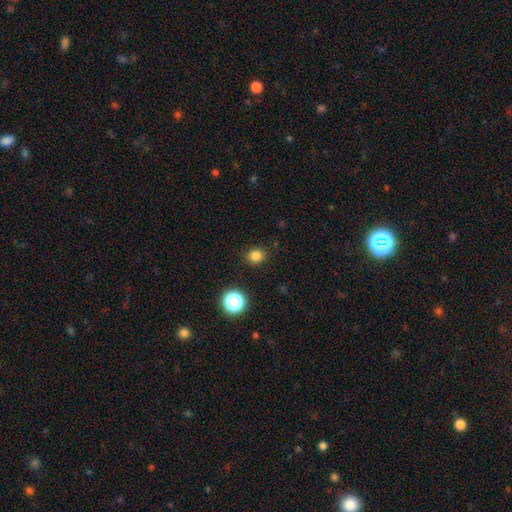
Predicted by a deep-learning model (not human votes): A smooth galaxy with no disk features (82%) that is round (82%). Merging: none (89%).